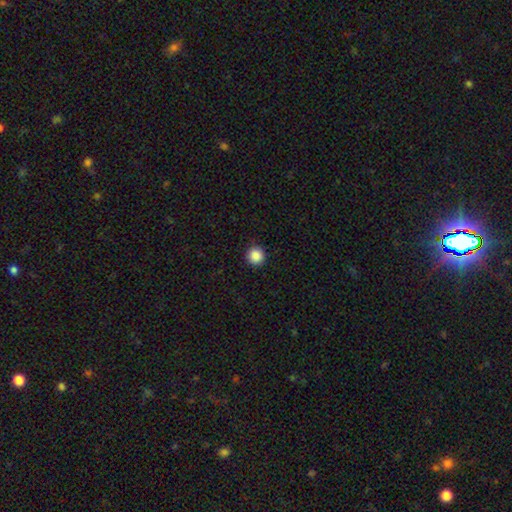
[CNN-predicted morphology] Smooth or featured? Predicted: smooth (p=0.88). How rounded? Predicted: round (p=0.95). Merging? Predicted: none (p=0.92).